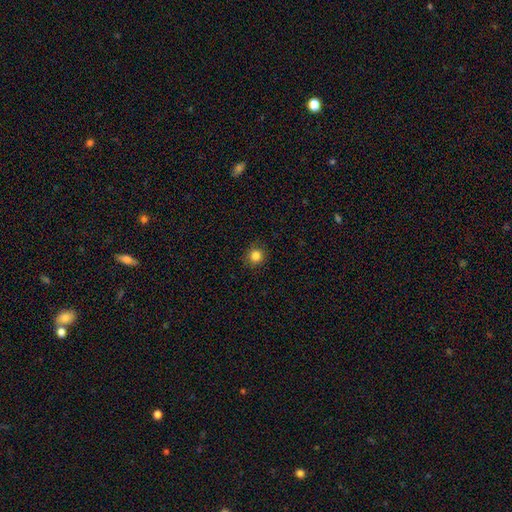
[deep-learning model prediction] Smooth or featured? smooth (83%)
How rounded? round (92%)
Merging? none (90%)